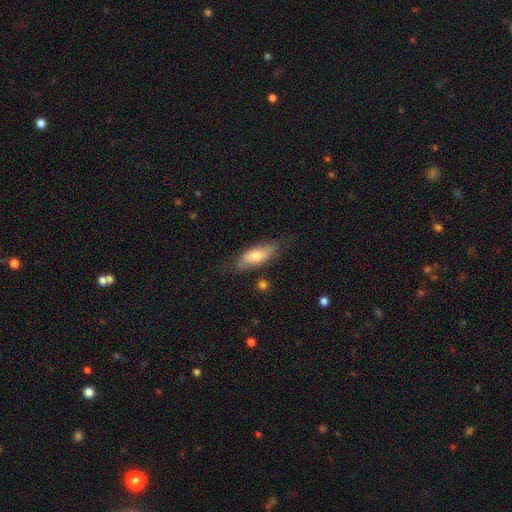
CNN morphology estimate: smooth 64%, featured or disk 30%, star or artifact 6%. Down the decision tree: how rounded — in between (68%); merging — none (72%).